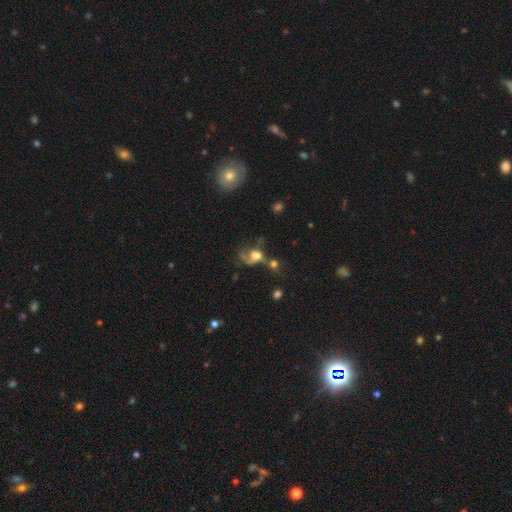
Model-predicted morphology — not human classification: The model was most divided on "merging": major disturbance: 35%, merger: 33%, none: 20%, minor disturbance: 12%. Remaining: smooth or featured — smooth (43%).